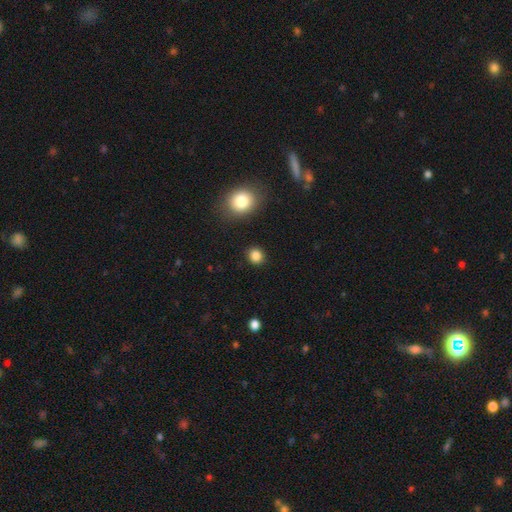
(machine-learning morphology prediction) Q: Smooth or featured?
A: smooth (85%); runner-up: star or artifact (11%)
Q: How rounded?
A: round (80%); runner-up: in between (19%)
Q: Merging?
A: none (90%); runner-up: minor disturbance (6%)